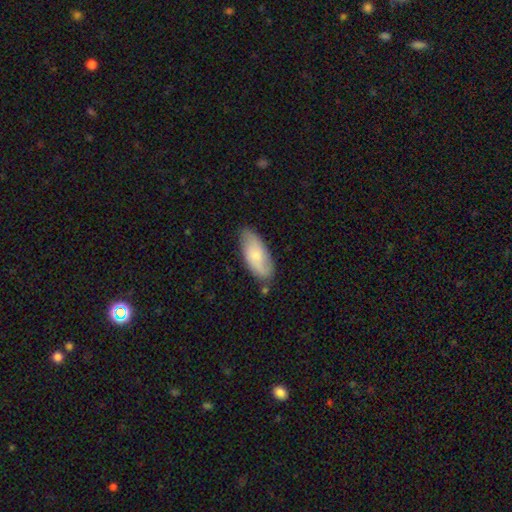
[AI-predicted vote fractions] Smooth or featured? smooth (60%)
How rounded? in between (87%)
Merging? none (73%)